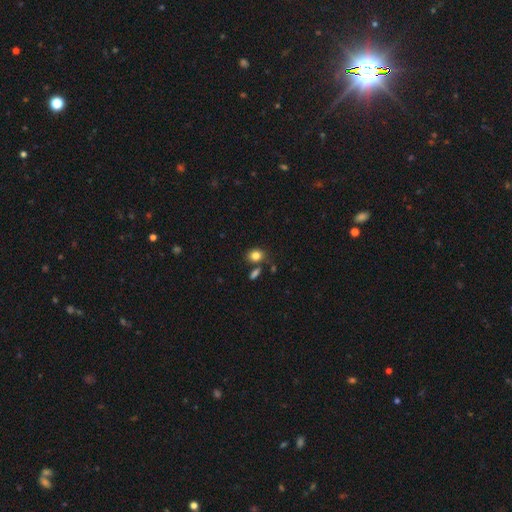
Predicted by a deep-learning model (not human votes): A smooth galaxy with no disk features (83%) that is in between round and cigar-shaped (50%). Merging: none (71%).